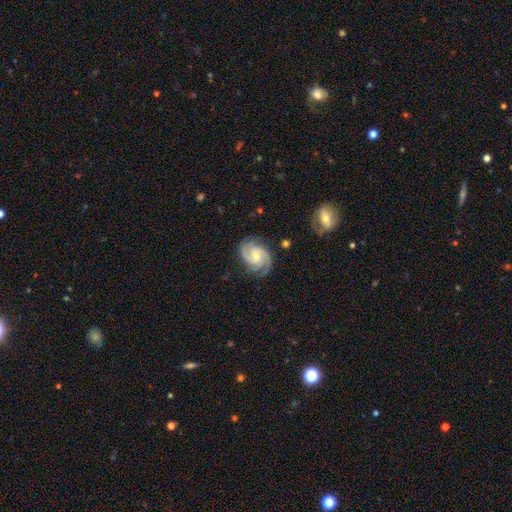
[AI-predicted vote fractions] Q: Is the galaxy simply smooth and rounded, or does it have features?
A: featured or disk — 91%.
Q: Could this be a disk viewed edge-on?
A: no — 98%.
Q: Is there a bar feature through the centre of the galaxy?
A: no — 46%.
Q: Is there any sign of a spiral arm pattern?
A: yes — 98%.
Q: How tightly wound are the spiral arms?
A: tight — 52%.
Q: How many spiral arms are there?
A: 2 — 42%.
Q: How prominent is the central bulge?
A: small — 48%.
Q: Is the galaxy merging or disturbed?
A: none — 78%.